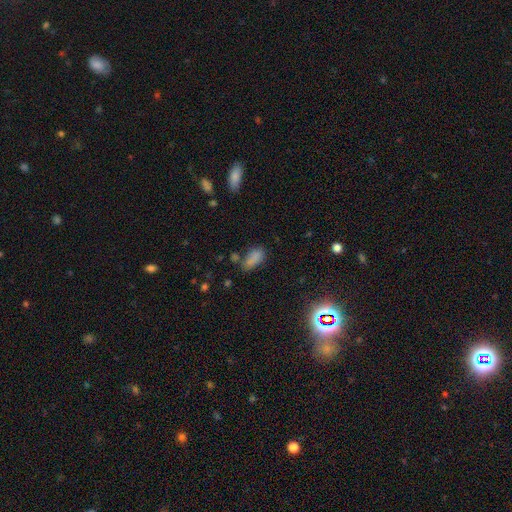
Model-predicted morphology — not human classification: A smooth galaxy with no disk features (72%) that is in between round and cigar-shaped (86%).

Vote fractions:
- Smooth or featured? smooth: 72% / star or artifact: 20% / featured or disk: 7%
- How rounded? in between: 86% / cigar-shaped: 9% / round: 5%
- Merging? none: 61% / minor disturbance: 21% / merger: 10% / major disturbance: 8%